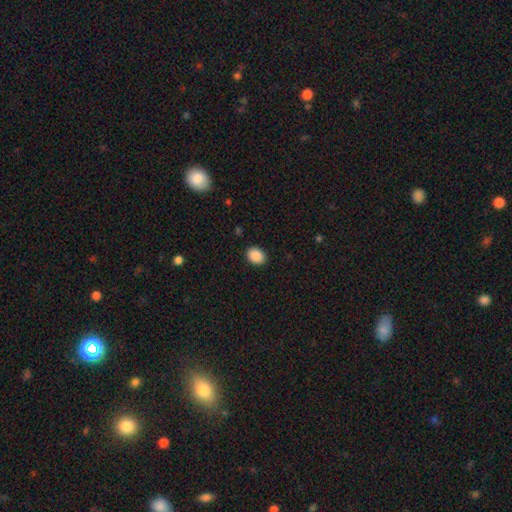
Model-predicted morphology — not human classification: type=smooth (89%); roundness=in between (62%); merging=none (90%).